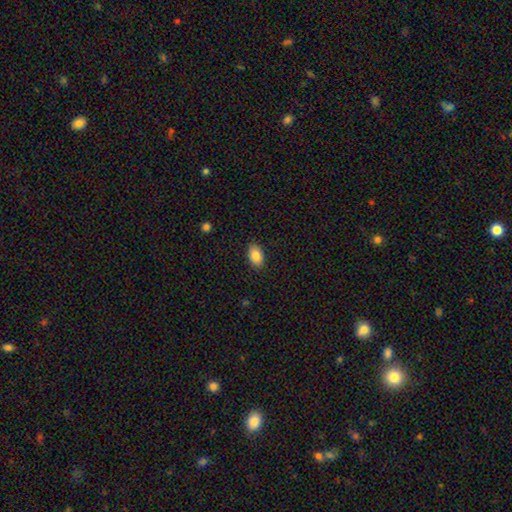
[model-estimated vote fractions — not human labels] smooth 87%, star or artifact 7%, featured or disk 6%. Down the decision tree: how rounded — in between (91%); merging — none (88%).